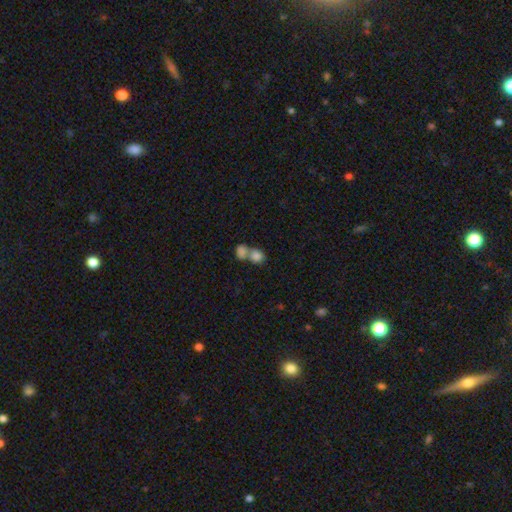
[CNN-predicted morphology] Smooth or featured? smooth (83%)
How rounded? round (62%)
Merging? merger (65%)